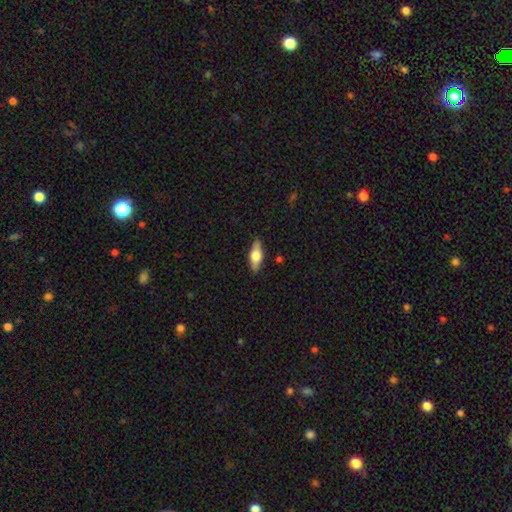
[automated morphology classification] Smooth or featured: smooth — 61% (featured or disk — 33%)
How rounded: in between — 71% (cigar-shaped — 26%)
Merging: none — 87% (minor disturbance — 10%)